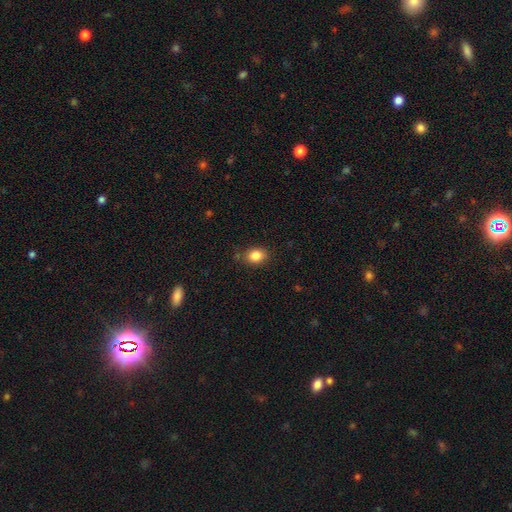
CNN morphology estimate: smooth 85%, star or artifact 9%, featured or disk 5%. Down the decision tree: how rounded — in between (61%); merging — none (81%).